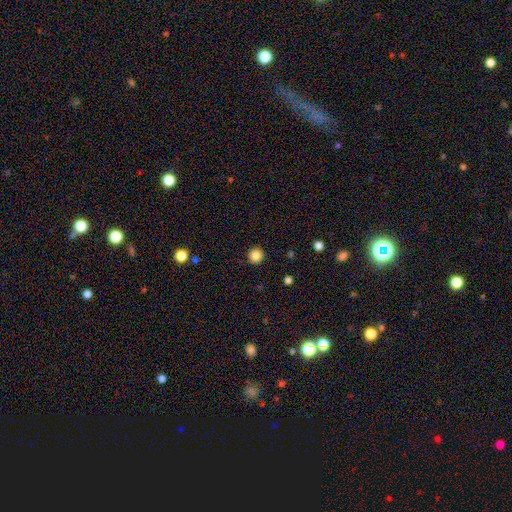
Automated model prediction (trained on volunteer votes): A smooth galaxy with no disk features (85%) that is round (94%).

Vote fractions:
- Smooth or featured? smooth: 85% / star or artifact: 10% / featured or disk: 4%
- How rounded? round: 94% / in between: 5% / cigar-shaped: 1%
- Merging? none: 92% / minor disturbance: 6% / major disturbance: 2% / merger: 1%